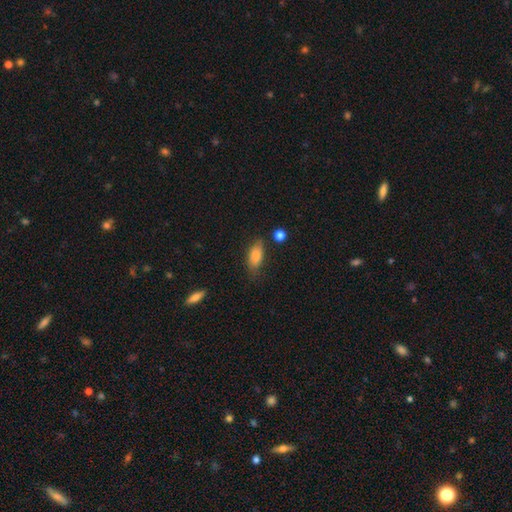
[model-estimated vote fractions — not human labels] Overall: smooth (84%). How rounded: in between (82%). Merging: none (69%).